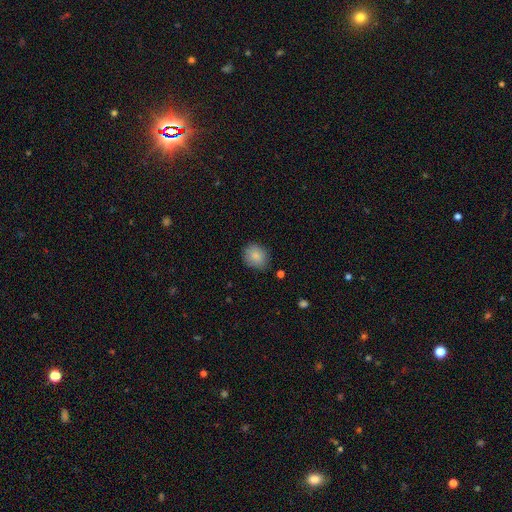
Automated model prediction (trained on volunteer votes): This appears to be a smooth galaxy with no disk features (86%) that is round (64%). Merging: none (82%).